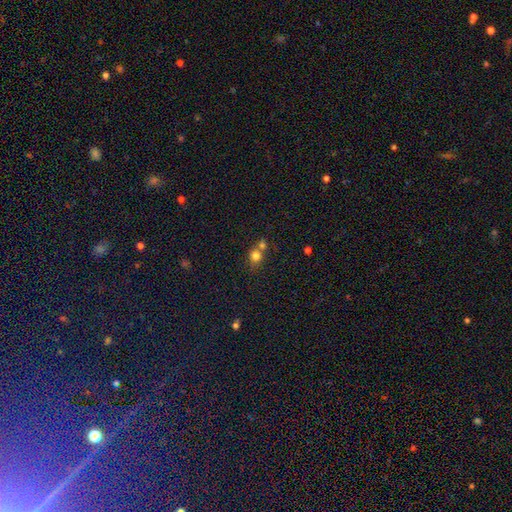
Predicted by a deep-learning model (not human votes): Smooth or featured? Predicted: smooth (p=0.78). How rounded? Predicted: round (p=0.79). Merging? Predicted: merger (p=0.46).